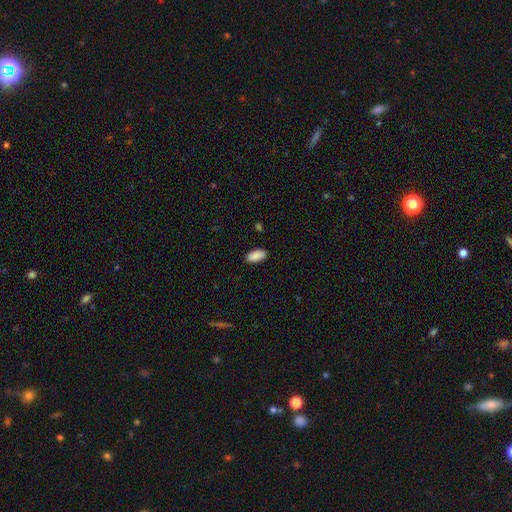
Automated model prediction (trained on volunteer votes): smooth-or-featured: smooth: 89% | star or artifact: 6% | featured or disk: 5%
  how-rounded: in between: 94% | cigar-shaped: 3% | round: 2%
  merging: none: 87% | minor disturbance: 10% | major disturbance: 2% | merger: 1%